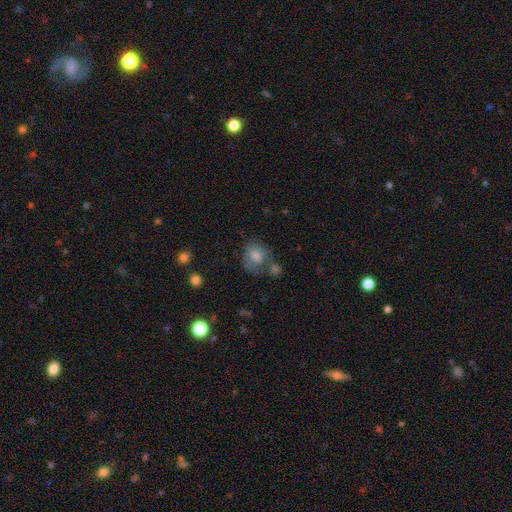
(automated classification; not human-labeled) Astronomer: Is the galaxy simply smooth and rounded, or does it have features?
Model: smooth — 73%.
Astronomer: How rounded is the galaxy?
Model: round — 64%.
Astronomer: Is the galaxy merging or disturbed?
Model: none — 36% (runner-up: merger, 26%).